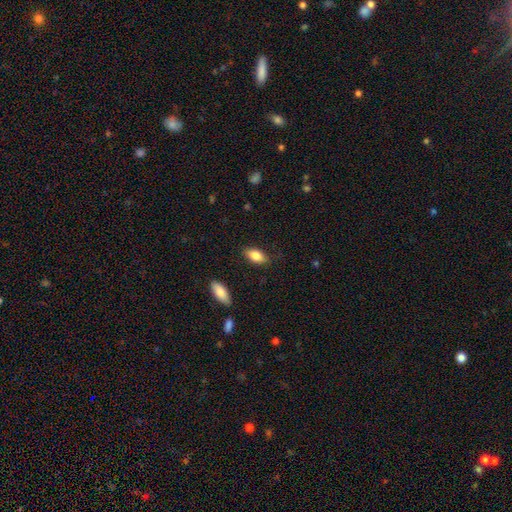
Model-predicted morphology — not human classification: smooth-or-featured: smooth: 81% | featured or disk: 12% | star or artifact: 7%
  how-rounded: in between: 88% | cigar-shaped: 8% | round: 4%
  merging: none: 82% | minor disturbance: 13% | major disturbance: 3% | merger: 2%